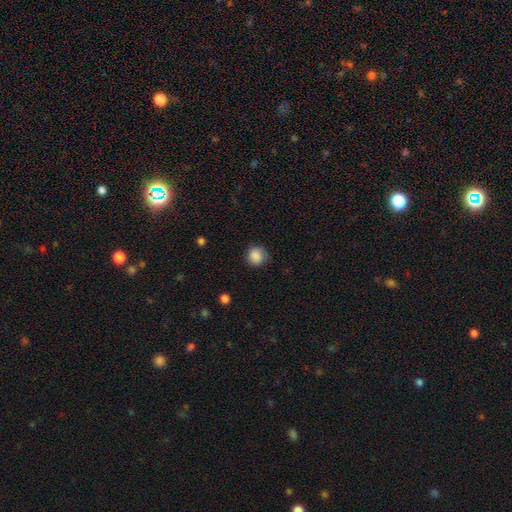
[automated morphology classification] smooth 88%, star or artifact 9%, featured or disk 3%. Down the decision tree: how rounded — round (90%); merging — none (85%).